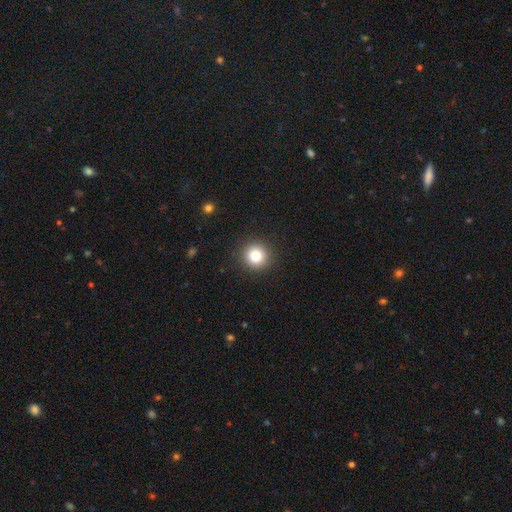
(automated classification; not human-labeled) Q: Smooth or featured?
A: smooth (81%); runner-up: star or artifact (11%)
Q: How rounded?
A: round (94%); runner-up: in between (5%)
Q: Merging?
A: none (92%); runner-up: minor disturbance (5%)